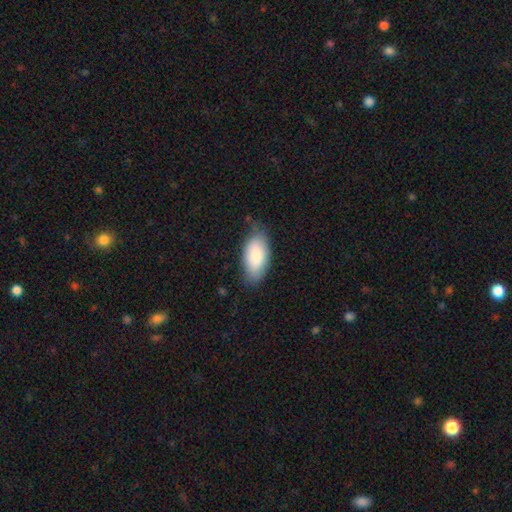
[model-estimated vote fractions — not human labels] Morphology: type=smooth (85%); roundness=in between (94%); merging=none (73%).